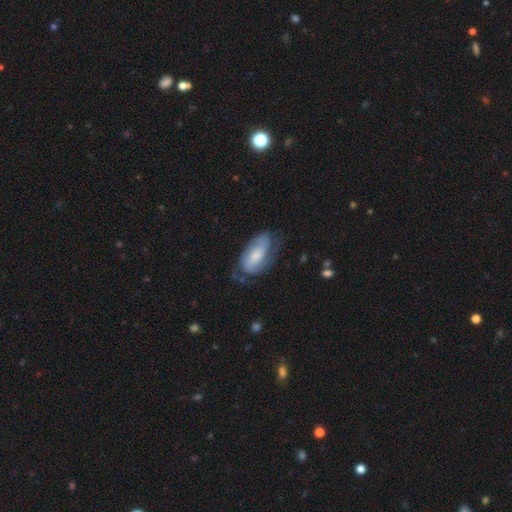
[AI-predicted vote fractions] smooth-or-featured: smooth: 47% | featured or disk: 46% | star or artifact: 7%
  merging: none: 51% | minor disturbance: 31% | major disturbance: 17% | merger: 2%